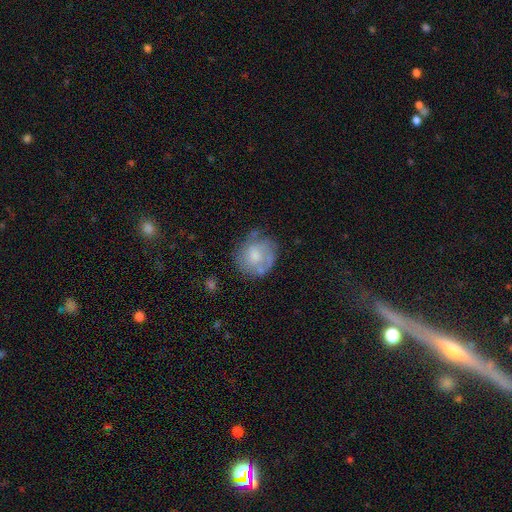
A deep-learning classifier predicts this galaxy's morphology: Overall: smooth (50%; featured or disk 42%). How rounded: round (81%). Merging: none (58%; minor disturbance 25%).